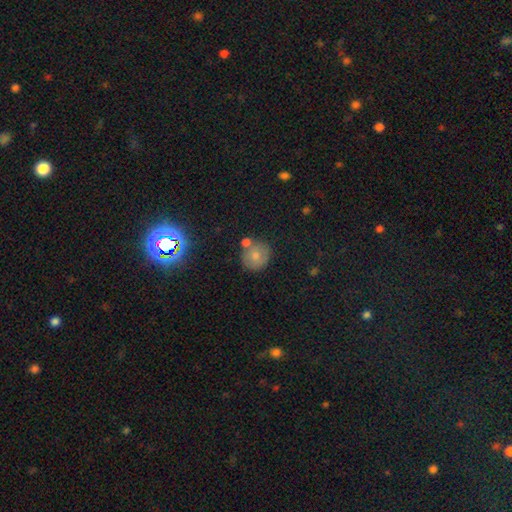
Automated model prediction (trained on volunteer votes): smooth 73%, featured or disk 16%, star or artifact 11%. Down the decision tree: how rounded — round (87%); merging — none (64%).